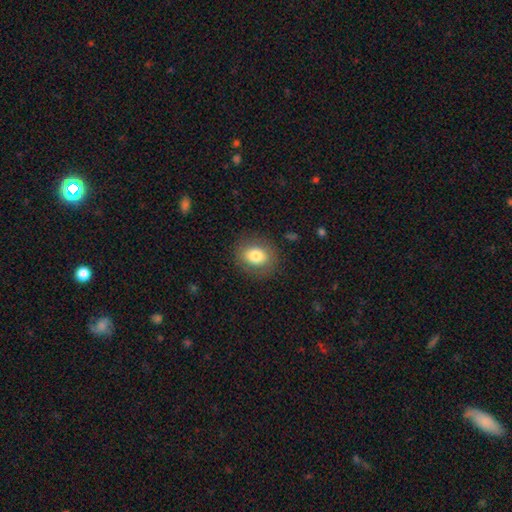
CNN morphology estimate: type=smooth (77%); roundness=round (52%); merging=none (84%).